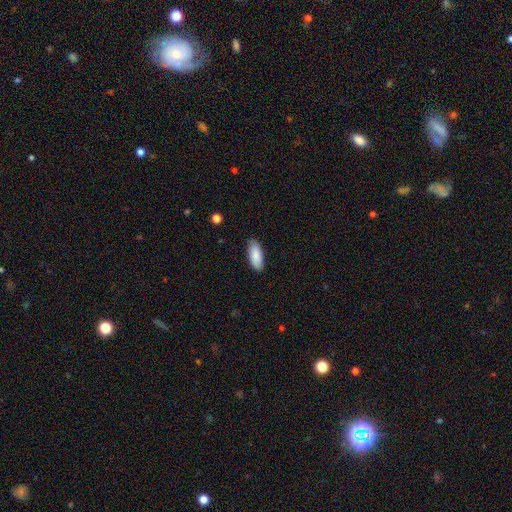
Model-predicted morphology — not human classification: A smooth galaxy with no disk features (87%) that is in between round and cigar-shaped (81%). Merging: none (85%).